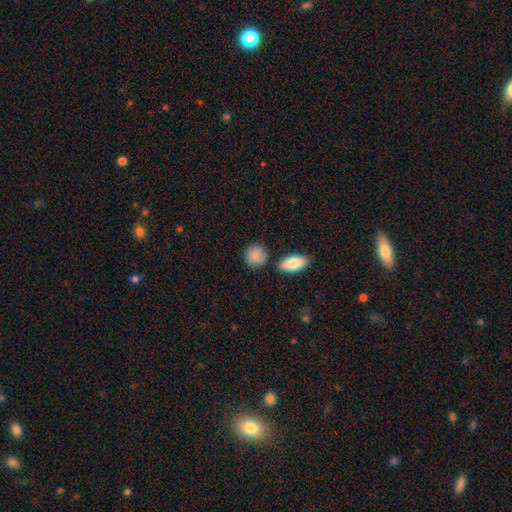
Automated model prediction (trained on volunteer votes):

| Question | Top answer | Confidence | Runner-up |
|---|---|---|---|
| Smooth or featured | smooth | 87% | star or artifact (7%) |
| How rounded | round | 79% | in between (20%) |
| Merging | none | 78% | minor disturbance (12%) |